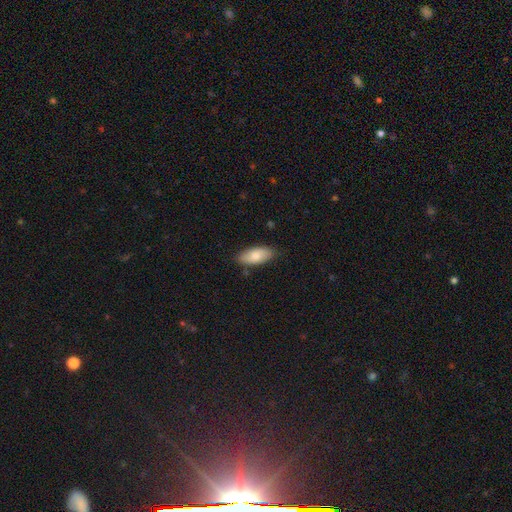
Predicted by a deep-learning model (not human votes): smooth 79%, featured or disk 15%, star or artifact 6%. Down the decision tree: how rounded — in between (89%); merging — none (82%).